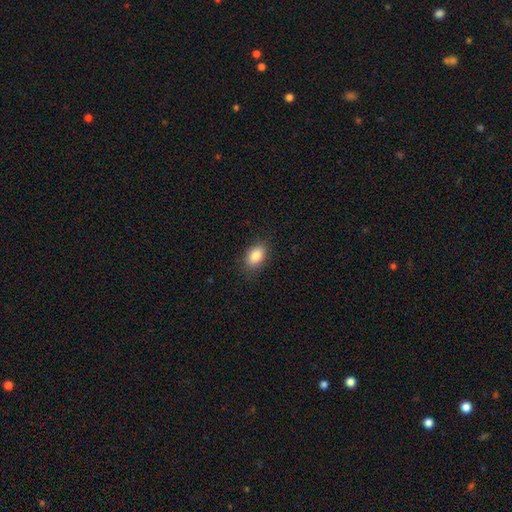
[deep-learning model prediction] The model was most divided on "how rounded": in between: 85%, round: 14%, cigar-shaped: 2%. More confident: merging — none (85%); smooth or featured — smooth (84%).